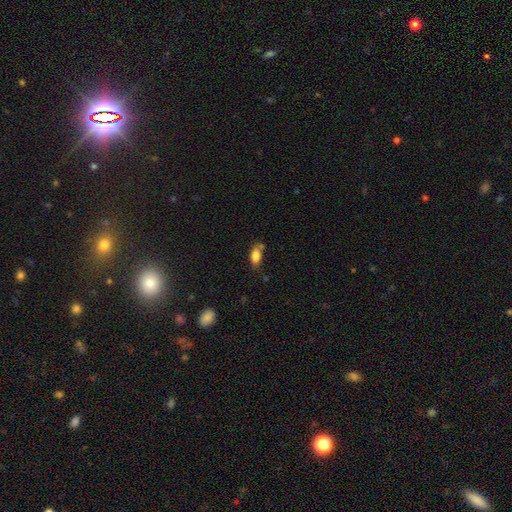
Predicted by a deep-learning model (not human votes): Q: Smooth or featured?
A: smooth (82%); runner-up: featured or disk (9%)
Q: How rounded?
A: in between (87%); runner-up: cigar-shaped (8%)
Q: Merging?
A: none (54%); runner-up: minor disturbance (28%)